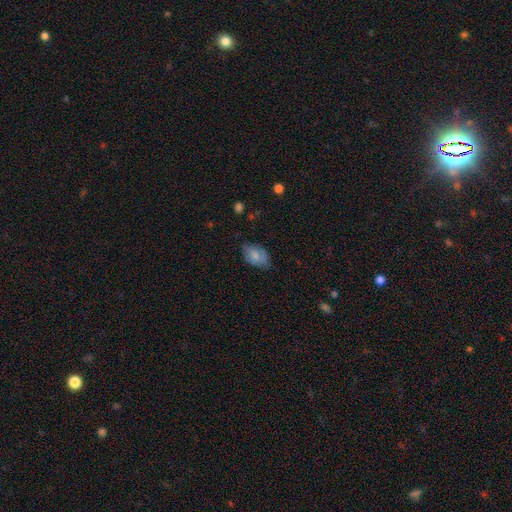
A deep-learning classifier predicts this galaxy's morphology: A smooth galaxy with no disk features (75%) that is in between round and cigar-shaped (90%).

Vote fractions:
- Smooth or featured? smooth: 75% / featured or disk: 18% / star or artifact: 7%
- How rounded? in between: 90% / round: 8% / cigar-shaped: 2%
- Merging? none: 66% / minor disturbance: 27% / major disturbance: 6% / merger: 1%